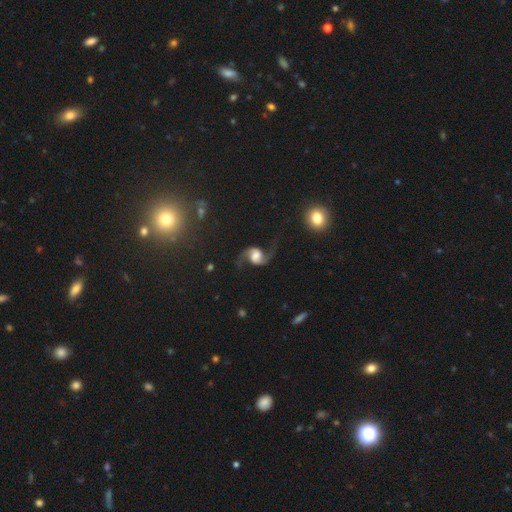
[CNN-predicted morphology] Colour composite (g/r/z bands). It shows a featured or disk galaxy (87%) with no bar (47%), 2 (94%) loose (77%) spiral arms (97%) and a large central bulge (42%). Merging: none (74%).